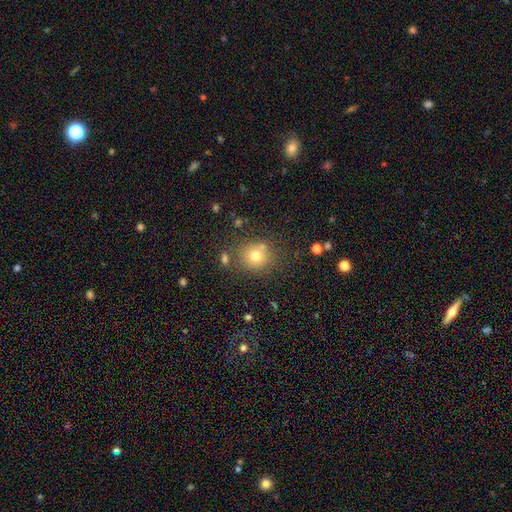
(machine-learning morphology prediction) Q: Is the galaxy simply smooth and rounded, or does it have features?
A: smooth — 73%.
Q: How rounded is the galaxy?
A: round — 83%.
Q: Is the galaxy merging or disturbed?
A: none — 73%.